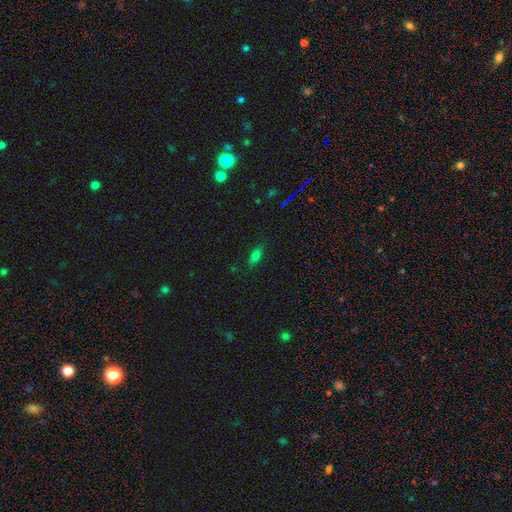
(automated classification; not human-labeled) smooth_or_featured: smooth (p=0.74) [alt: star or artifact p=0.17]
how_rounded: in between (p=0.84) [alt: cigar-shaped p=0.09]
merging: none (p=0.82) [alt: minor disturbance p=0.14]